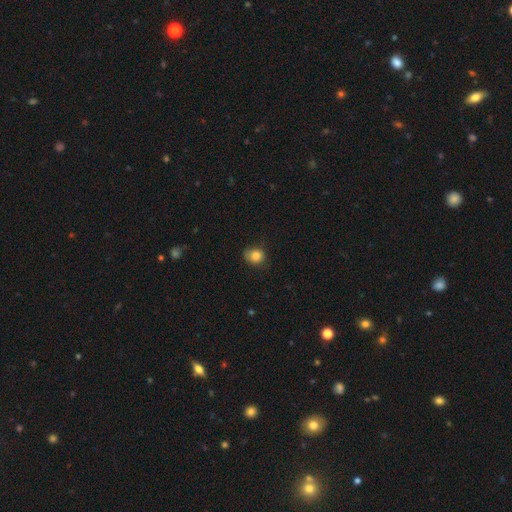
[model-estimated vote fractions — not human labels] The model was most divided on "how rounded": round: 71%, in between: 28%, cigar-shaped: 1%. More confident: smooth or featured — smooth (83%); merging — none (70%).